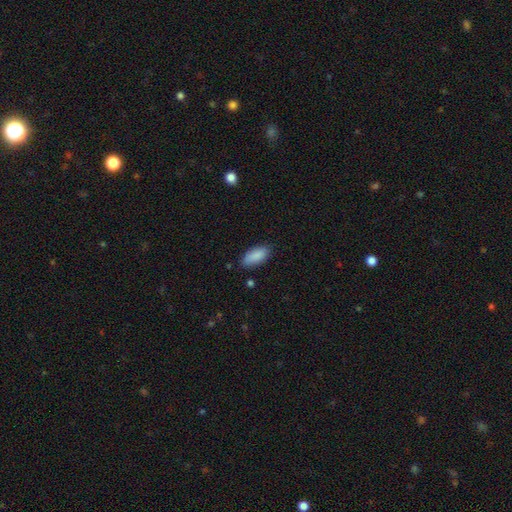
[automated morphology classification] Smooth or featured? smooth (89%)
How rounded? in between (89%)
Merging? none (81%)